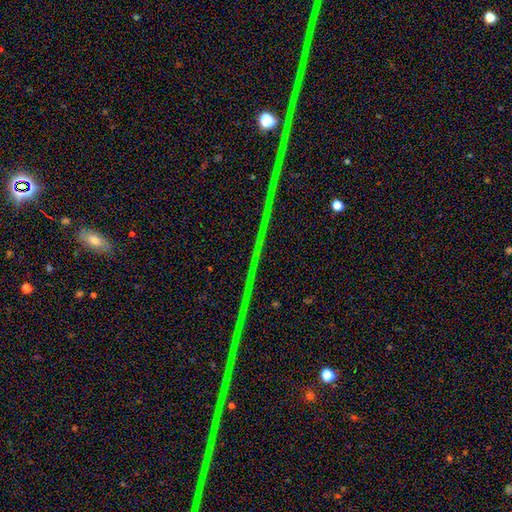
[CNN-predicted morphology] Smooth or featured? Predicted: star or artifact (p=0.78).